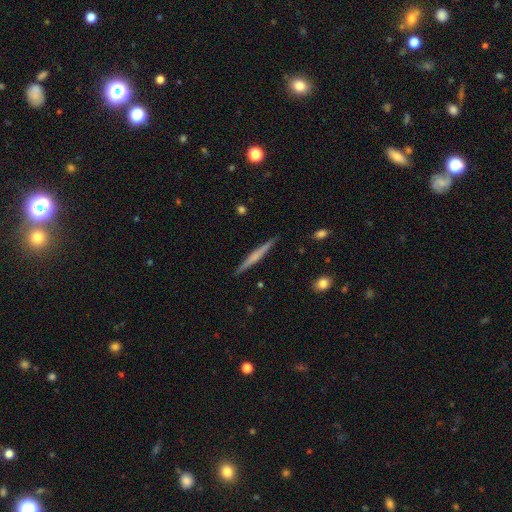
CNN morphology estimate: A featured or disk galaxy (56%) viewed edge-on (98%) with no central bulge (50%).

Vote fractions:
- Smooth or featured? featured or disk: 56% / smooth: 38% / star or artifact: 6%
- Edge-on disk? yes: 98% / no: 2%
- Edge-on bulge? none: 50% / rounded: 35% / boxy: 15%
- Merging? none: 91% / minor disturbance: 6% / major disturbance: 1% / merger: 1%